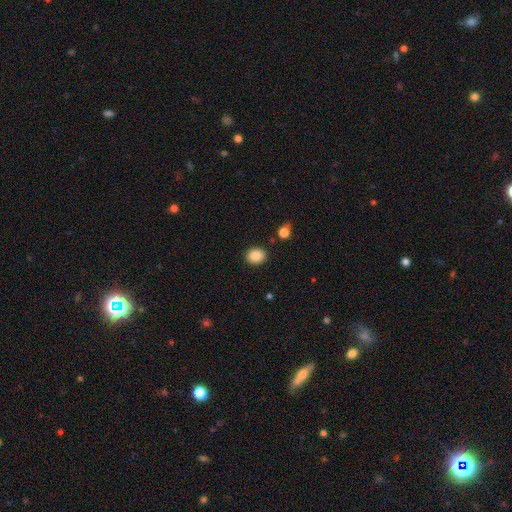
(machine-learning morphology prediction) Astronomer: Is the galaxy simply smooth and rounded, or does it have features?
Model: smooth — 87%.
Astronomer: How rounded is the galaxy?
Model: round — 58% (runner-up: in between, 41%).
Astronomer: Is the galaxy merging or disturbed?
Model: none — 88%.